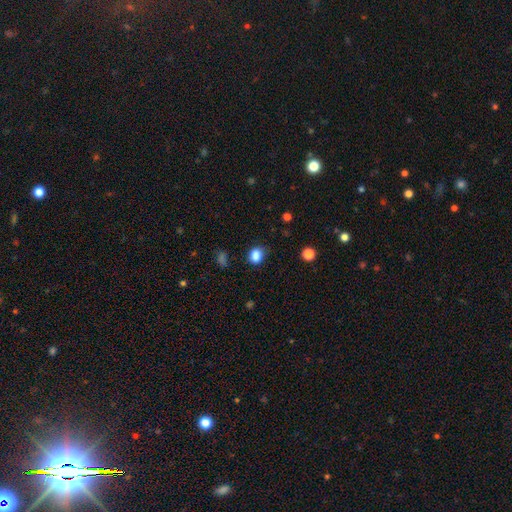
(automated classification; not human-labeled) Smooth or featured?
  - smooth: 85% *
  - star or artifact: 11%
  - featured or disk: 4%
How rounded?
  - round: 53% *
  - in between: 46%
  - cigar-shaped: 1%
Merging?
  - none: 75% *
  - minor disturbance: 18%
  - major disturbance: 5%
  - merger: 2%